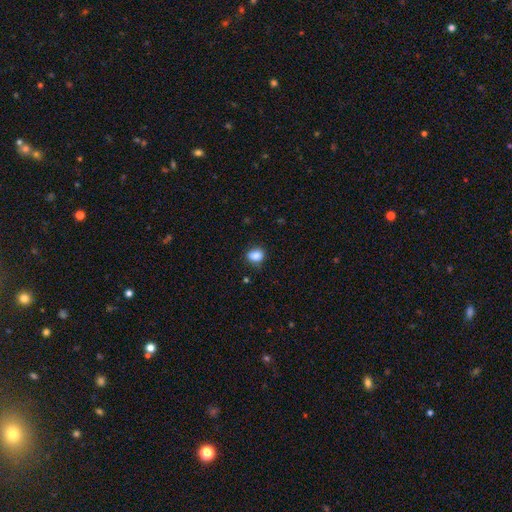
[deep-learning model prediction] smooth-or-featured: smooth: 85% | star or artifact: 10% | featured or disk: 5%
  how-rounded: round: 50% | in between: 49% | cigar-shaped: 1%
  merging: none: 74% | minor disturbance: 20% | major disturbance: 4% | merger: 2%